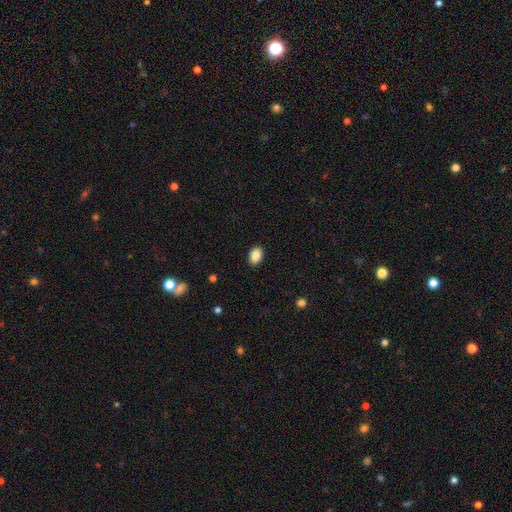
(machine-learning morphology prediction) Overall: smooth (88%). How rounded: in between (80%). Merging: none (90%).